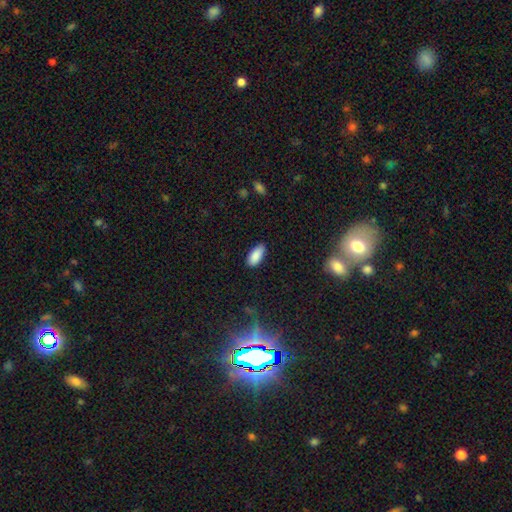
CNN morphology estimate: Smooth or featured? smooth (89%)
How rounded? in between (89%)
Merging? none (84%)